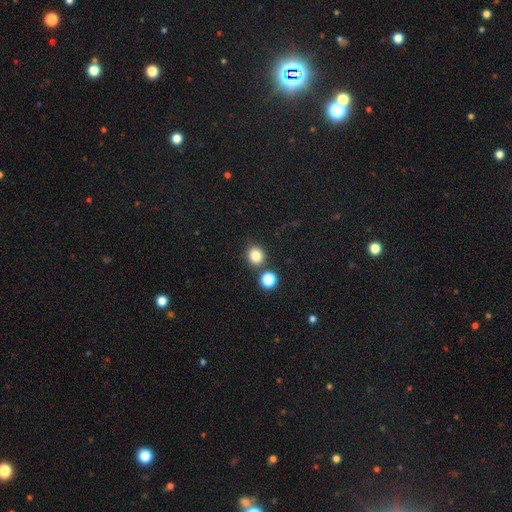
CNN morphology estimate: type=smooth (83%); roundness=round (81%); merging=none (78%).